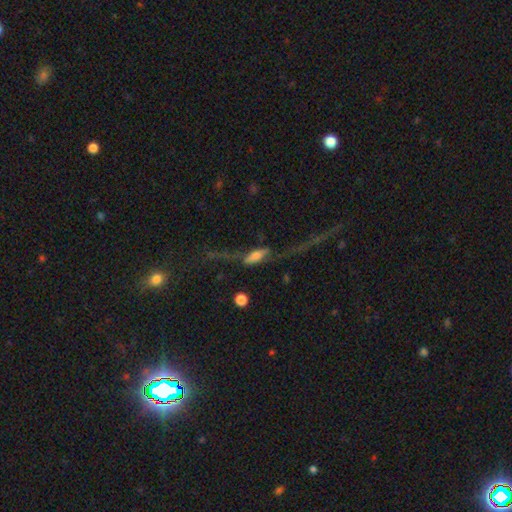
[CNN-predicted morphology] The model was most divided on "merging": major disturbance: 40%, none: 36%, minor disturbance: 17%, merger: 6%. More confident: edge-on disk — yes (59%); smooth or featured — featured or disk (58%).